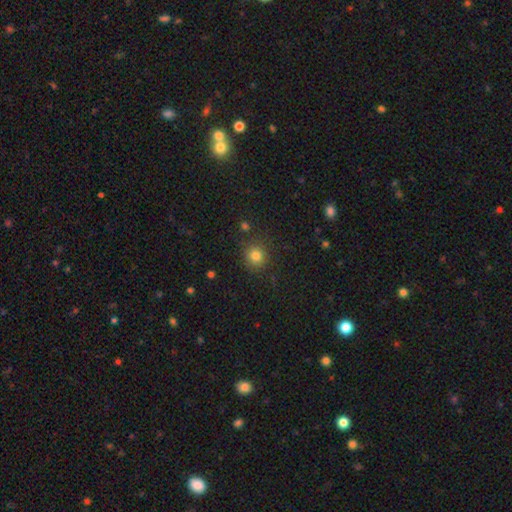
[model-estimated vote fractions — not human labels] A smooth galaxy with no disk features (80%) that is round (90%).

Vote fractions:
- Smooth or featured? smooth: 80% / star or artifact: 14% / featured or disk: 6%
- How rounded? round: 90% / in between: 9% / cigar-shaped: 1%
- Merging? none: 86% / minor disturbance: 9% / major disturbance: 3% / merger: 2%